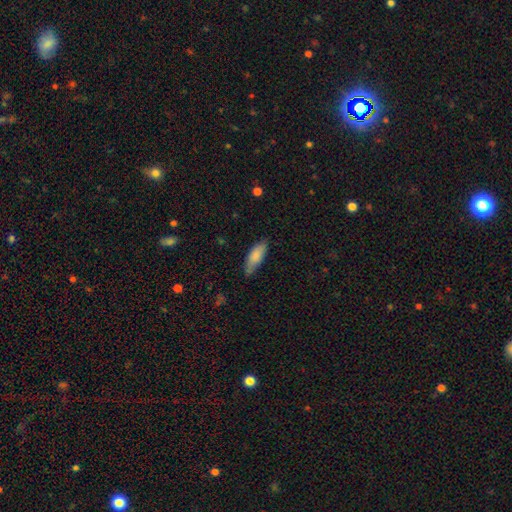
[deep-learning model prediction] Smooth or featured: smooth — 84% (featured or disk — 11%)
How rounded: in between — 68% (cigar-shaped — 30%)
Merging: none — 72% (minor disturbance — 23%)